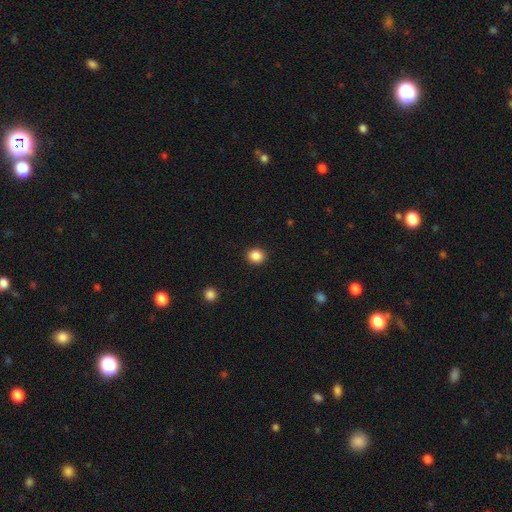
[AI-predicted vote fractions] Smooth or featured? Predicted: smooth (p=0.87). How rounded? Predicted: round (p=0.80). Merging? Predicted: none (p=0.91).